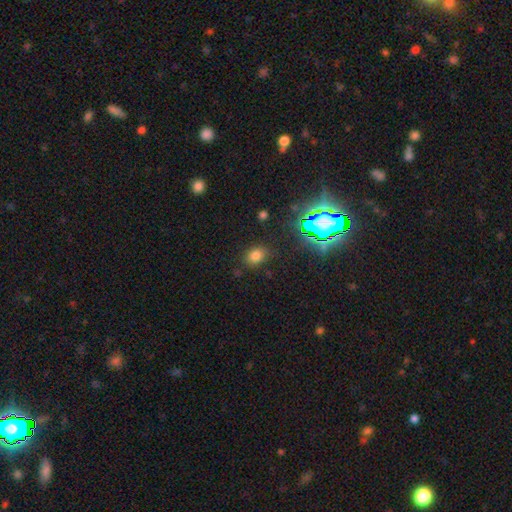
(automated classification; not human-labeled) Morphology: type=smooth (72%); roundness=in between (58%); merging=none (83%).